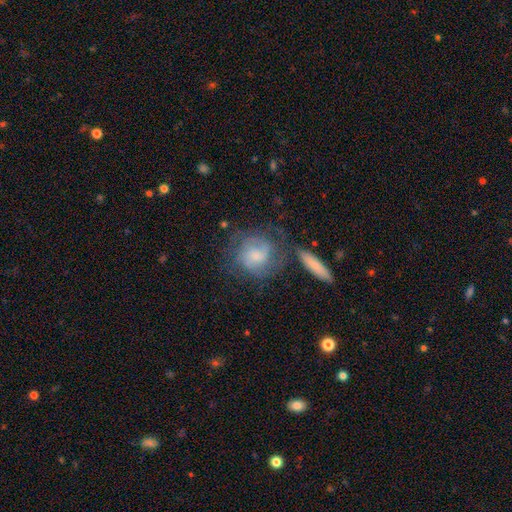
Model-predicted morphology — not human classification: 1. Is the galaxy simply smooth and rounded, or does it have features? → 57% featured or disk, 35% smooth, 8% star or artifact.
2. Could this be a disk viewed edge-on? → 96% no, 4% yes.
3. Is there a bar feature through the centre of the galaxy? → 60% no, 34% weak, 6% strong.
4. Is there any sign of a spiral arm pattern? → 84% yes, 16% no.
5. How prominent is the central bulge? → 47% small, 31% moderate, 14% none, 7% large, 2% dominant.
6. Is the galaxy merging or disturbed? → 55% none, 19% minor disturbance, 16% major disturbance, 10% merger.